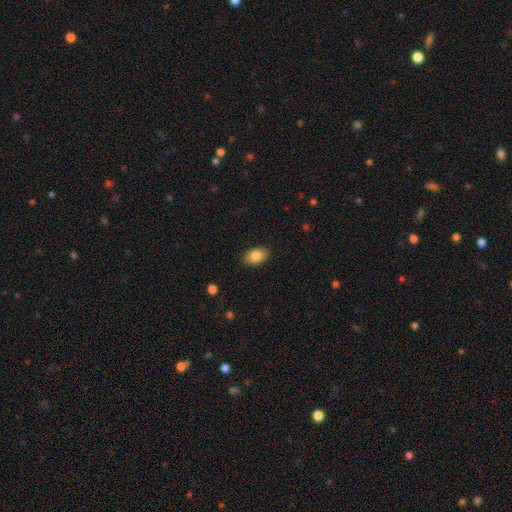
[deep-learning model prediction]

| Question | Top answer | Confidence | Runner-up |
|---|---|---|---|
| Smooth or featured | smooth | 85% | star or artifact (8%) |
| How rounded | in between | 88% | round (11%) |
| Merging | none | 87% | minor disturbance (9%) |